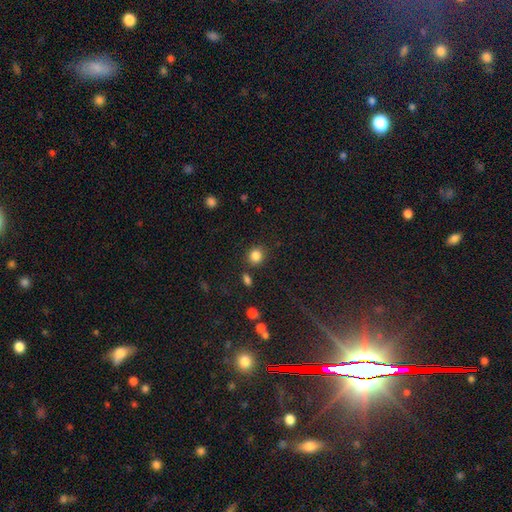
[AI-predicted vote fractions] The model was most divided on "how rounded": round: 84%, in between: 15%, cigar-shaped: 1%. More confident: smooth or featured — smooth (84%); merging — none (84%).